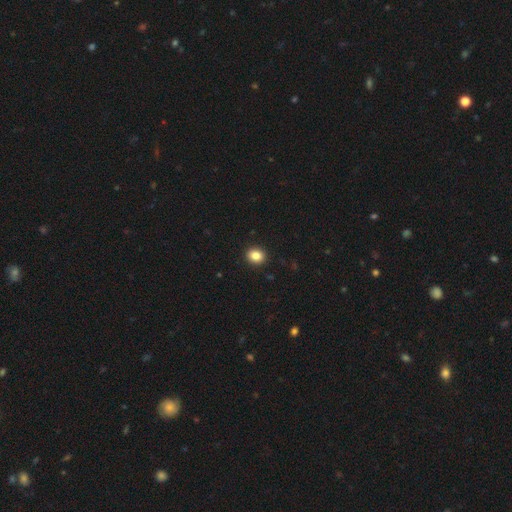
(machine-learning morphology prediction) This is clearly a smooth galaxy (85%). How rounded: likely round (69%). Merging: clearly none (92%).